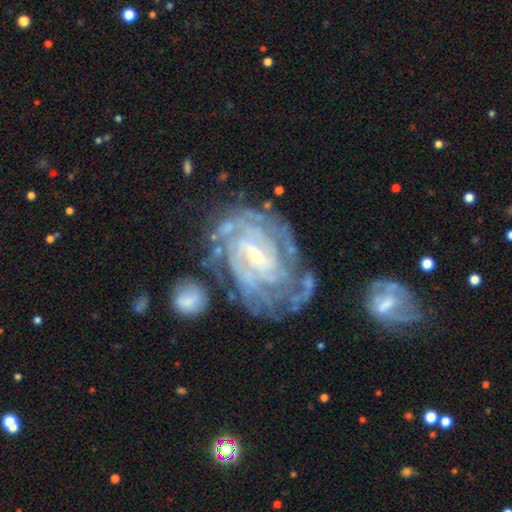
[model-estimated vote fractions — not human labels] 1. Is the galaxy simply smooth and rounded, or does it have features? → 91% featured or disk, 5% star or artifact, 5% smooth.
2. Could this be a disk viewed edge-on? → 97% no, 3% yes.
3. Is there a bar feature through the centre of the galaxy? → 50% weak, 25% strong, 25% no.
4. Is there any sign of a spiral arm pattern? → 97% yes, 3% no.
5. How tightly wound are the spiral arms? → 75% tight, 21% medium, 4% loose.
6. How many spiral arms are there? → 30% can't tell, 25% 4, 15% 3, 13% 2, 11% more than 4, 6% 1.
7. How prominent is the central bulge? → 77% small, 19% moderate, 2% none, 1% large, 1% dominant.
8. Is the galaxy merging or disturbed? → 58% none, 22% minor disturbance, 13% major disturbance, 8% merger.